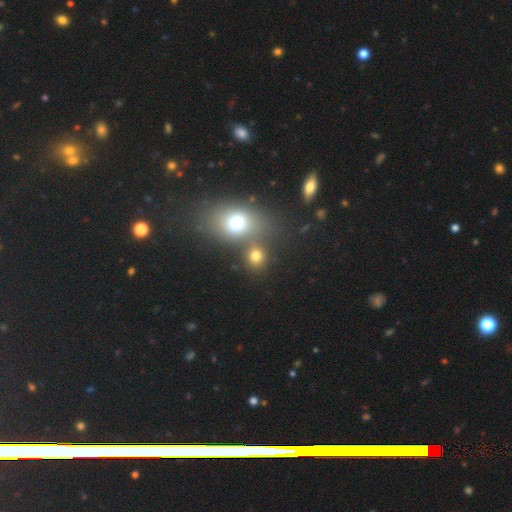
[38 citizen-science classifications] Smooth or featured: smooth — 82% (featured or disk — 13%)
How rounded: round — 84% (in between — 16%)
Merging: none — 72% (merger — 19%)